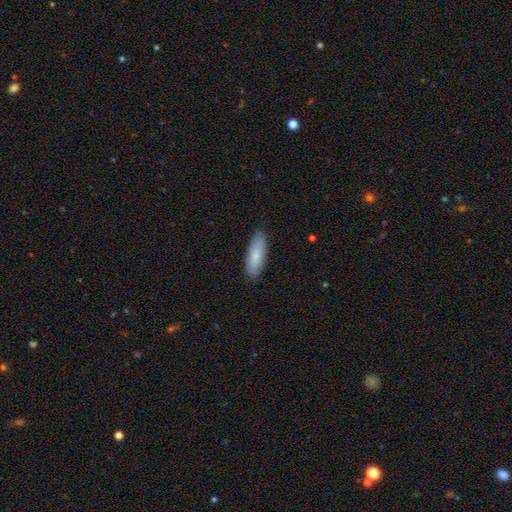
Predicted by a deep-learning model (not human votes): Smooth or featured? Predicted: smooth (p=0.81). How rounded? Predicted: in between (p=0.64). Merging? Predicted: none (p=0.86).